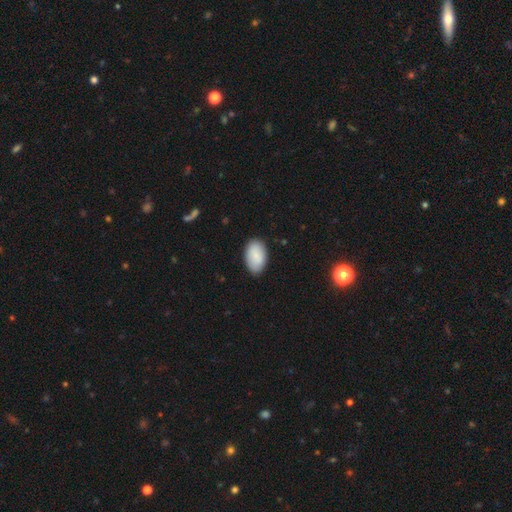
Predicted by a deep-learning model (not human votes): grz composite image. It shows a smooth galaxy with no disk features (88%) that is in between round and cigar-shaped (94%). Merging: none (86%).